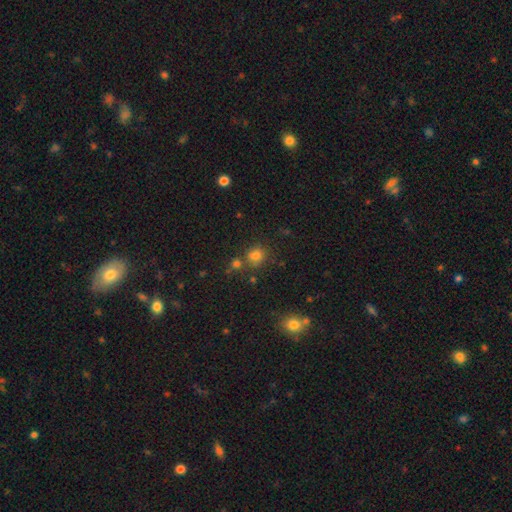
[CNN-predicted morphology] smooth 74%, star or artifact 19%, featured or disk 7%. Down the decision tree: how rounded — round (81%); merging — none (67%).